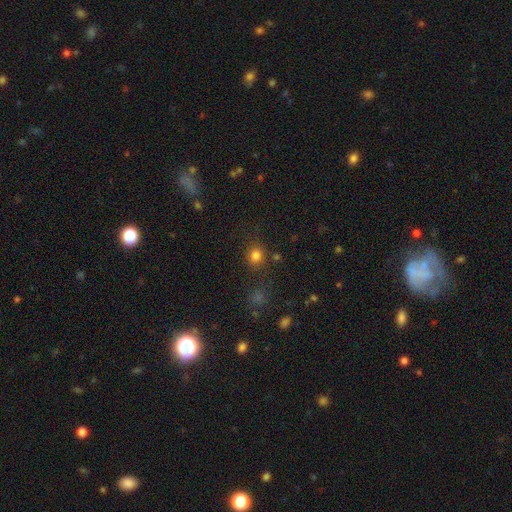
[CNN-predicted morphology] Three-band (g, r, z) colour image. It shows a smooth galaxy with no disk features (80%) that is round (81%). Merging: none (81%).